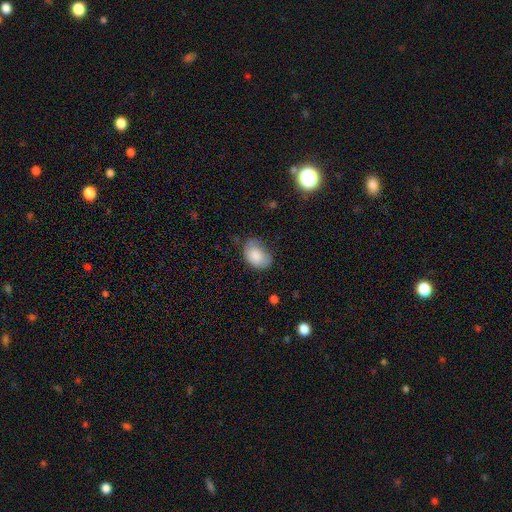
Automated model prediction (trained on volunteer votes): Q: Smooth or featured?
A: smooth (84%); runner-up: featured or disk (9%)
Q: How rounded?
A: in between (84%); runner-up: round (15%)
Q: Merging?
A: none (55%); runner-up: minor disturbance (33%)